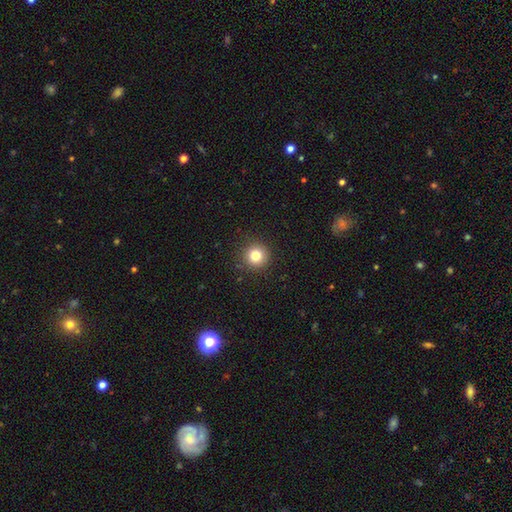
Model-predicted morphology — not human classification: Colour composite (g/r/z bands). It shows a smooth galaxy with no disk features (81%) that is round (95%). Merging: none (91%).